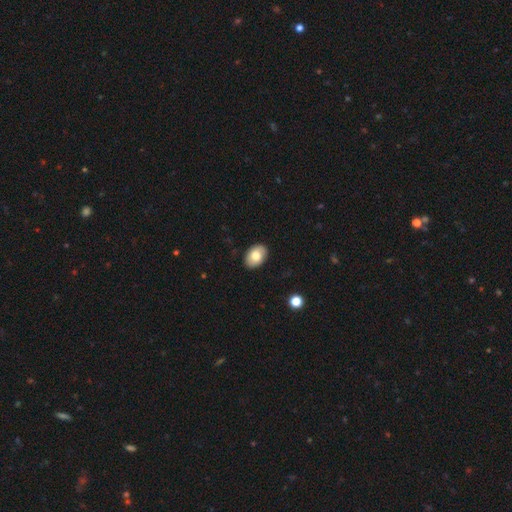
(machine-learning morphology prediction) This appears to be a smooth galaxy with no disk features (79%) that is in between round and cigar-shaped (84%). Merging: none (88%).